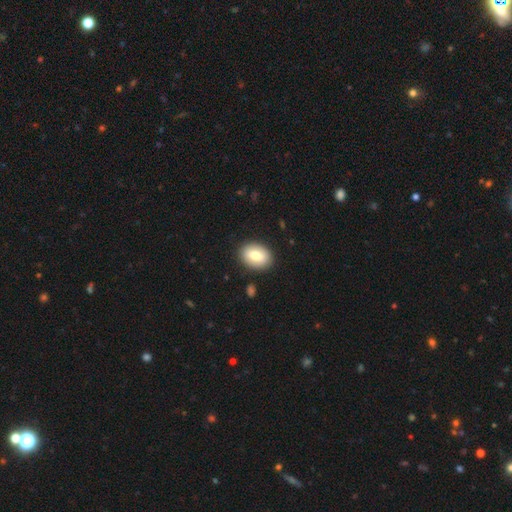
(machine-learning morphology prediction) Q: Smooth or featured?
A: smooth (78%); runner-up: featured or disk (15%)
Q: How rounded?
A: in between (76%); runner-up: round (23%)
Q: Merging?
A: none (88%); runner-up: minor disturbance (8%)